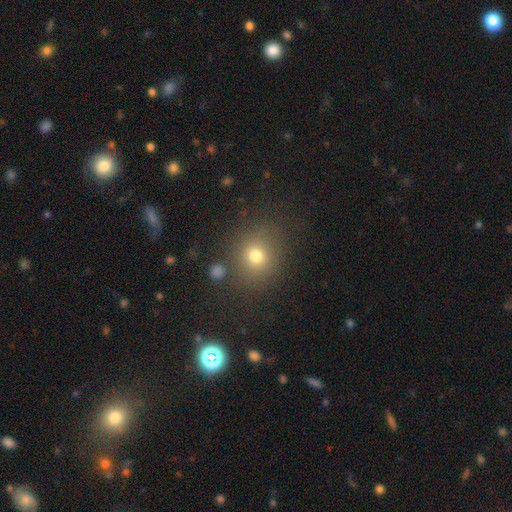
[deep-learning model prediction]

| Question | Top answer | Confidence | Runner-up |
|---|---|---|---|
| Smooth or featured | smooth | 74% | star or artifact (17%) |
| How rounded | round | 77% | in between (22%) |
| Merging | none | 80% | minor disturbance (11%) |